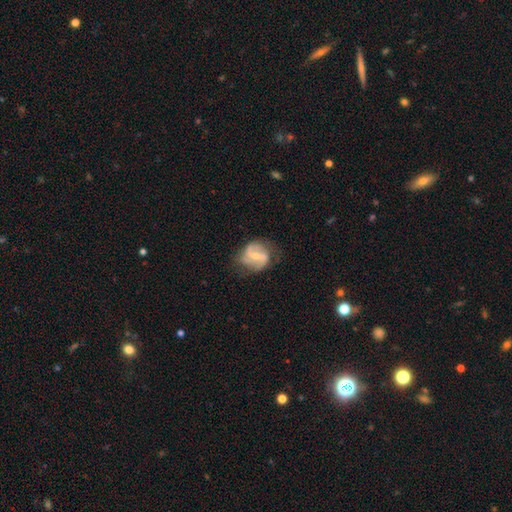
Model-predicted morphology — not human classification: This appears to be a featured or disk galaxy (73%) with a weak bar (50%), 2 (79%) medium (45%) spiral arms (90%) and a small central bulge (54%). Merging: none (62%).